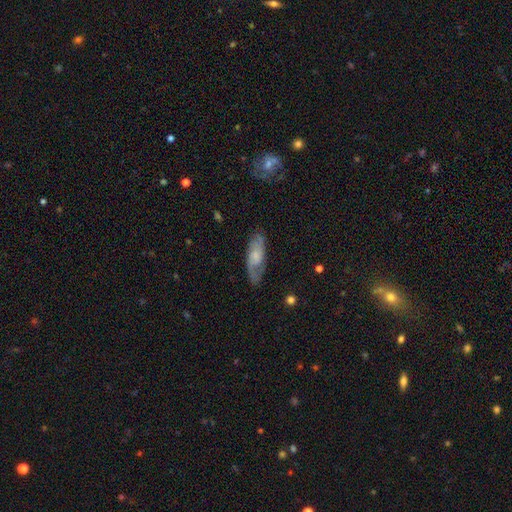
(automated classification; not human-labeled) Morphology: type=featured or disk (57%); edge-on=no (82%); merging=none (73%).